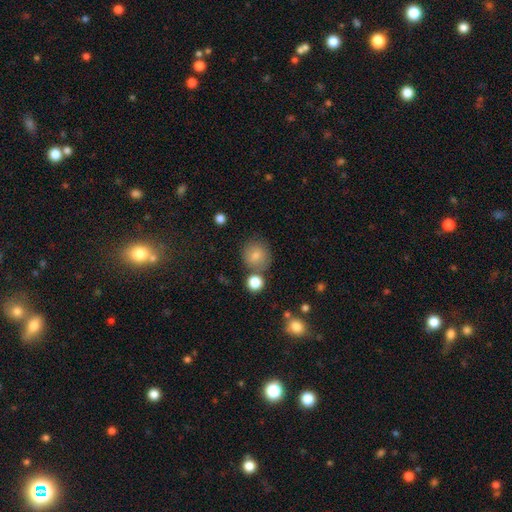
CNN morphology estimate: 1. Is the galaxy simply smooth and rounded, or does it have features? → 80% smooth, 10% star or artifact, 9% featured or disk.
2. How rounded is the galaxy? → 87% round, 12% in between, 1% cigar-shaped.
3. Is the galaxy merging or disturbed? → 71% none, 13% merger, 12% minor disturbance, 4% major disturbance.